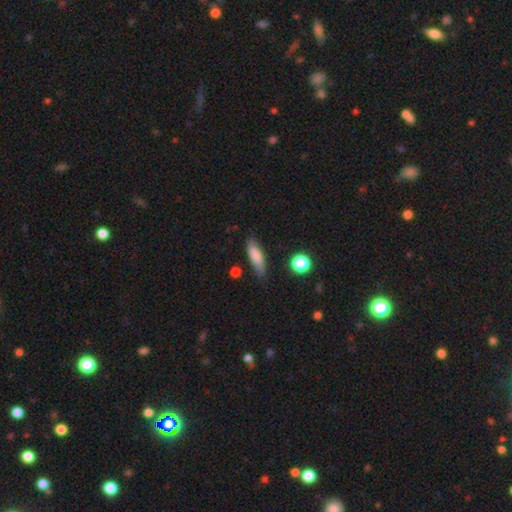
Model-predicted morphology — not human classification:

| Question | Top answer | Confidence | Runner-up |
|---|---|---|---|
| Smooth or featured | smooth | 79% | featured or disk (13%) |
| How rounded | in between | 51% | cigar-shaped (47%) |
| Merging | none | 73% | minor disturbance (20%) |